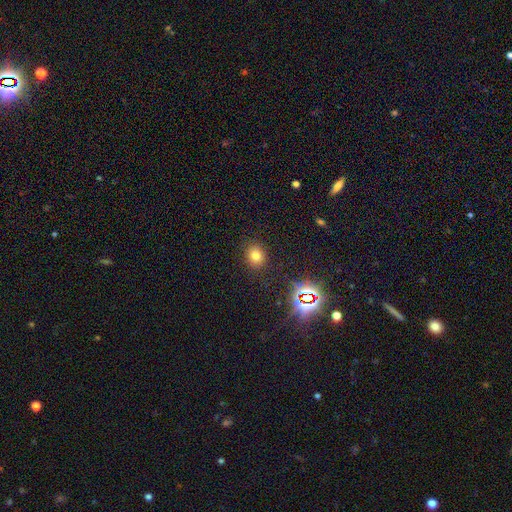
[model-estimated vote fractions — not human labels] smooth_or_featured: smooth (p=0.73) [alt: star or artifact p=0.20]
how_rounded: round (p=0.67) [alt: in between p=0.32]
merging: none (p=0.87) [alt: minor disturbance p=0.08]